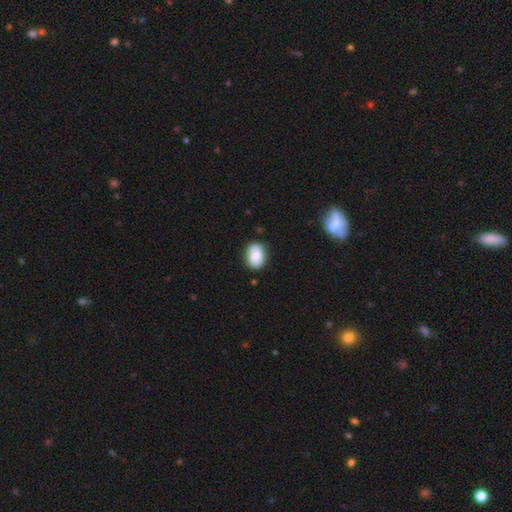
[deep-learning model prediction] smooth-or-featured: smooth: 76% | featured or disk: 16% | star or artifact: 8%
  how-rounded: in between: 76% | round: 23% | cigar-shaped: 1%
  merging: none: 78% | minor disturbance: 17% | major disturbance: 3% | merger: 2%